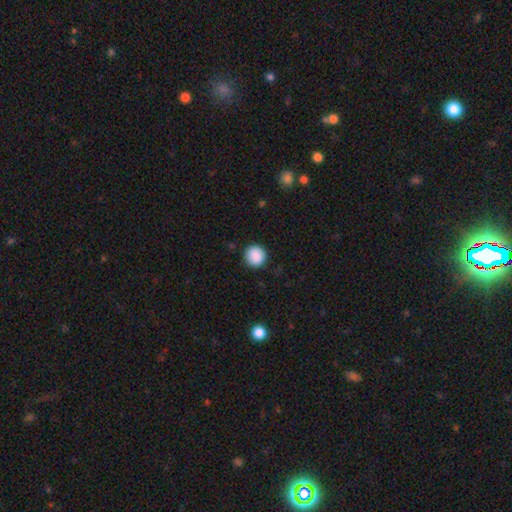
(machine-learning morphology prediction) Smooth or featured? Predicted: smooth (p=0.89). How rounded? Predicted: round (p=0.94). Merging? Predicted: none (p=0.90).